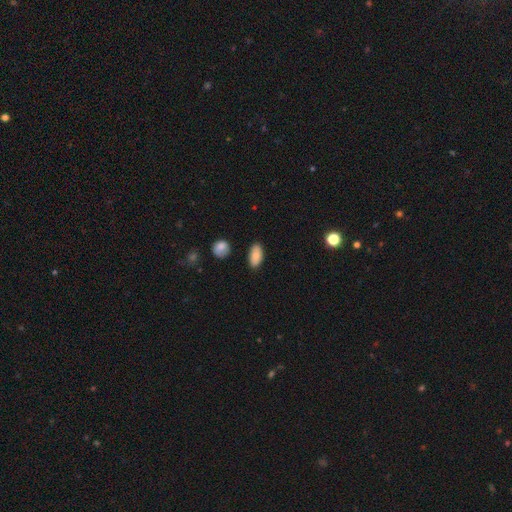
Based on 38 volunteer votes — smooth-or-featured: smooth: 84% | featured or disk: 13% | star or artifact: 3%
  how-rounded: in between: 84% | round: 9% | cigar-shaped: 6%
  merging: none: 95% | minor disturbance: 3% | major disturbance: 3% | merger: 0%